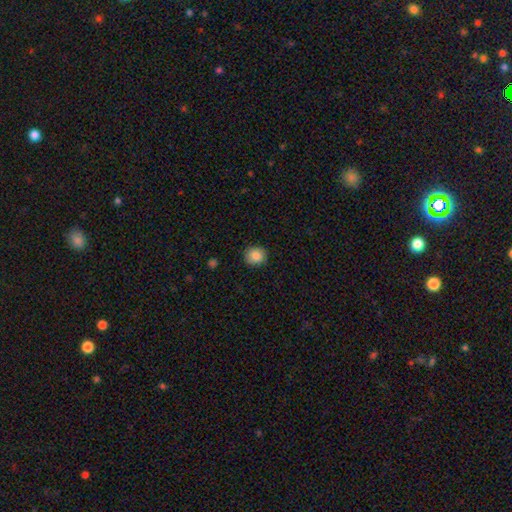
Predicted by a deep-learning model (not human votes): Smooth or featured: smooth — 87% (star or artifact — 9%)
How rounded: round — 83% (in between — 16%)
Merging: none — 89% (minor disturbance — 8%)